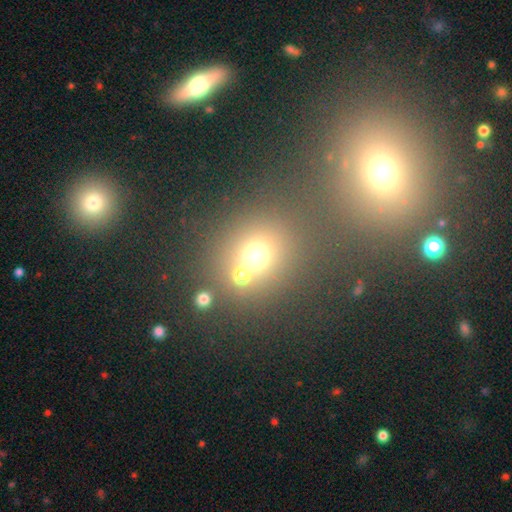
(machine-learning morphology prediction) Smooth or featured: smooth — 63% (star or artifact — 27%)
How rounded: round — 81% (in between — 17%)
Merging: none — 61% (merger — 25%)